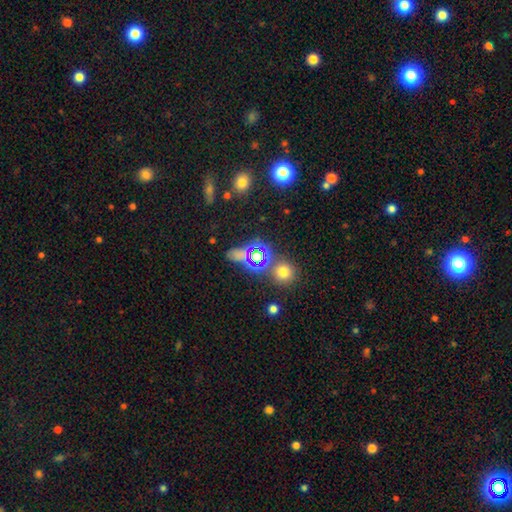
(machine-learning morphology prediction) Smooth or featured: star or artifact — 59% (smooth — 31%)